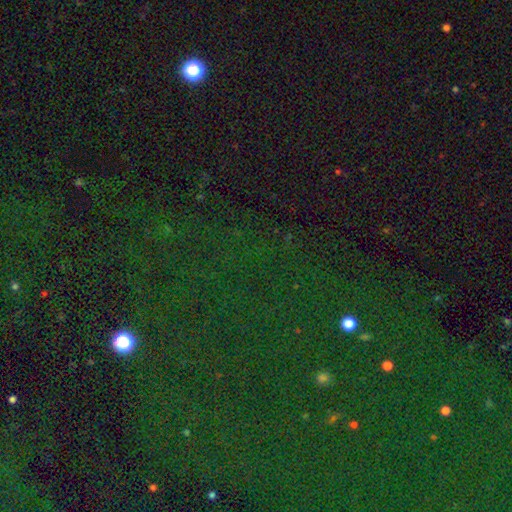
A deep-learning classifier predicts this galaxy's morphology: star or artifact 81%, smooth 12%, featured or disk 7%.